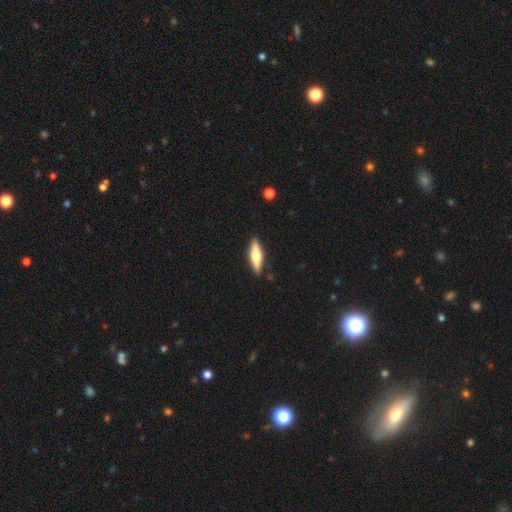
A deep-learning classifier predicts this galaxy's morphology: Smooth or featured: smooth — 55% (featured or disk — 40%)
How rounded: cigar-shaped — 62% (in between — 36%)
Merging: none — 88% (minor disturbance — 9%)